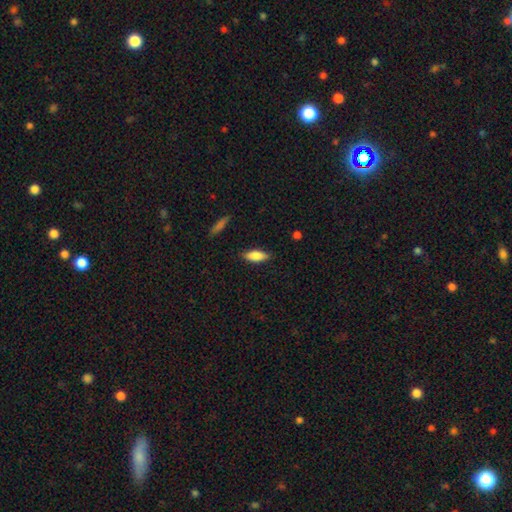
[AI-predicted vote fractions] Smooth or featured?
  - smooth: 80% *
  - featured or disk: 14%
  - star or artifact: 7%
How rounded?
  - in between: 70% *
  - cigar-shaped: 28%
  - round: 2%
Merging?
  - none: 84% *
  - minor disturbance: 12%
  - major disturbance: 3%
  - merger: 1%